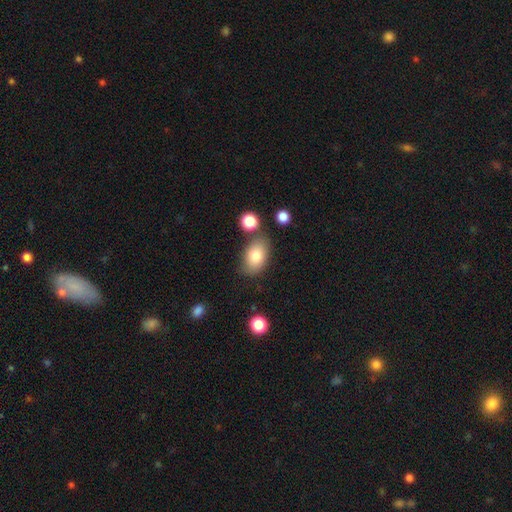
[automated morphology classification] The model was most divided on "merging": none: 72%, minor disturbance: 15%, merger: 8%, major disturbance: 4%. More confident: how rounded — in between (89%); smooth or featured — smooth (81%).